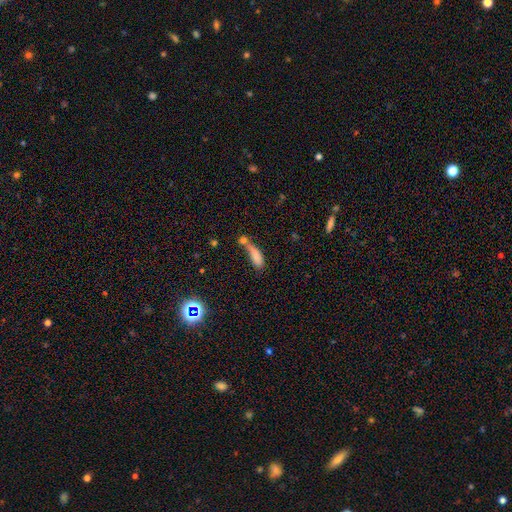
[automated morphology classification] Q: Smooth or featured?
A: smooth (77%); runner-up: featured or disk (12%)
Q: How rounded?
A: in between (56%); runner-up: cigar-shaped (40%)
Q: Merging?
A: merger (45%); runner-up: none (27%)